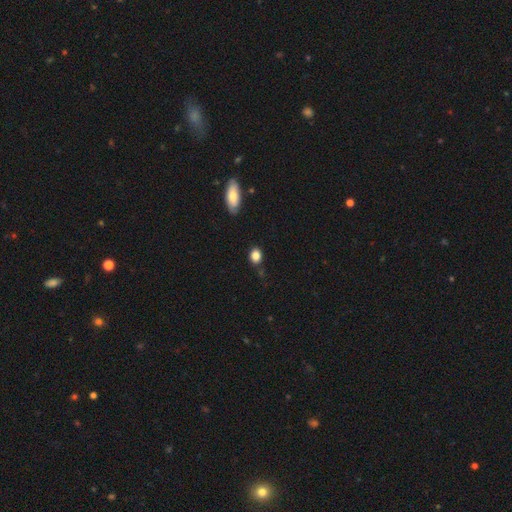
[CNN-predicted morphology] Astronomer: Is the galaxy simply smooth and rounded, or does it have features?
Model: smooth — 85%.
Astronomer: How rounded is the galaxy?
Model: in between — 50% (runner-up: round, 48%).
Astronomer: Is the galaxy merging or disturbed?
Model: none — 77%.